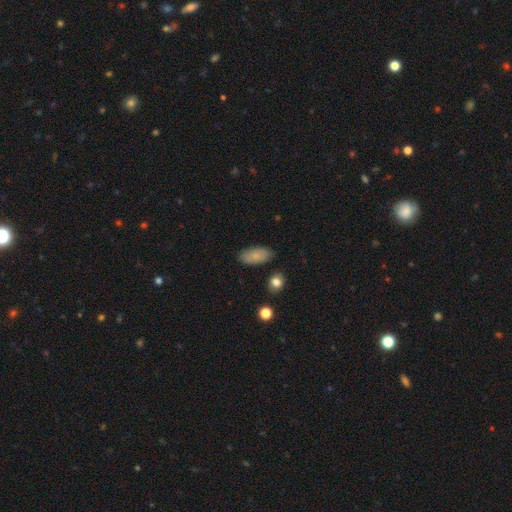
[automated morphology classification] Smooth or featured: smooth — 81% (featured or disk — 11%)
How rounded: in between — 92% (cigar-shaped — 5%)
Merging: none — 82% (minor disturbance — 13%)